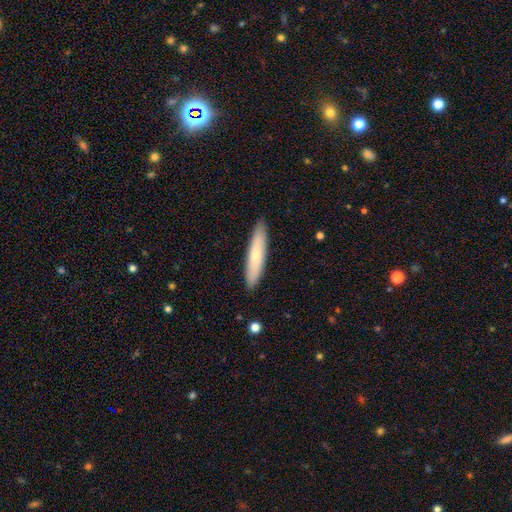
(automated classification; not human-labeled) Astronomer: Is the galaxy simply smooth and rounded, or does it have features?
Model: smooth — 71%.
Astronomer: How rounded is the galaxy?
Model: cigar-shaped — 84%.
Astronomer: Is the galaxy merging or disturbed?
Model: none — 90%.